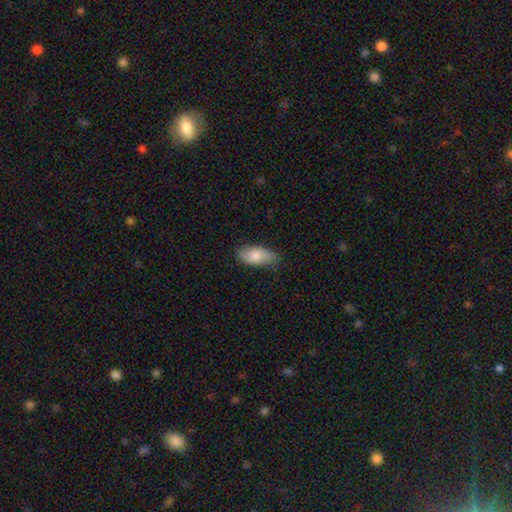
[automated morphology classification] This is likely a smooth galaxy (79%). How rounded: clearly in between (90%). Merging: likely none (69%).